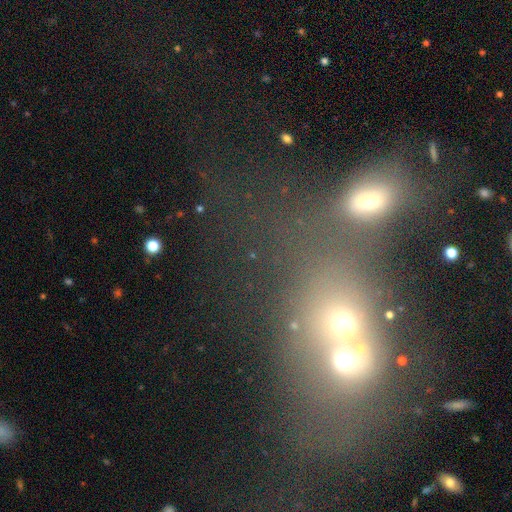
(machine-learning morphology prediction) A smooth galaxy with no disk features (47%).

Vote fractions:
- Smooth or featured? smooth: 47% / star or artifact: 31% / featured or disk: 22%
- Merging? merger: 64% / none: 21% / major disturbance: 9% / minor disturbance: 7%